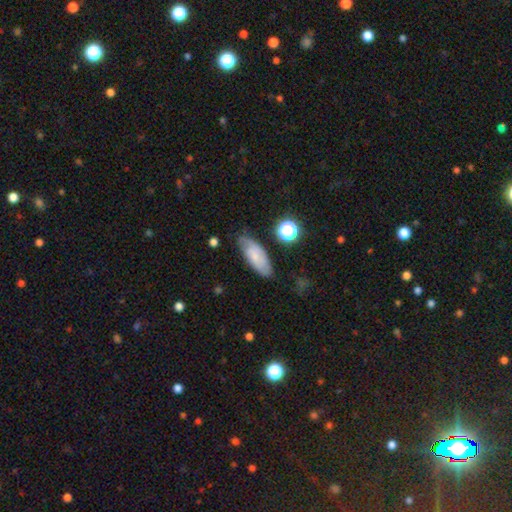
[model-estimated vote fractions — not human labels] A smooth galaxy with no disk features (59%) that is in between round and cigar-shaped (81%). Merging: none (66%).